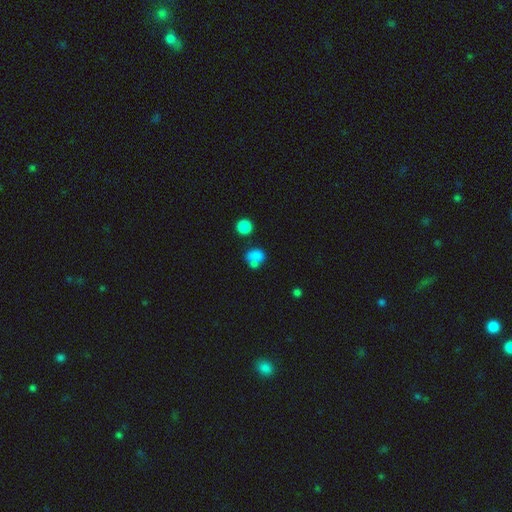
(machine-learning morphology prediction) smooth 75%, star or artifact 13%, featured or disk 12%. Down the decision tree: how rounded — in between (51%); merging — merger (38%).